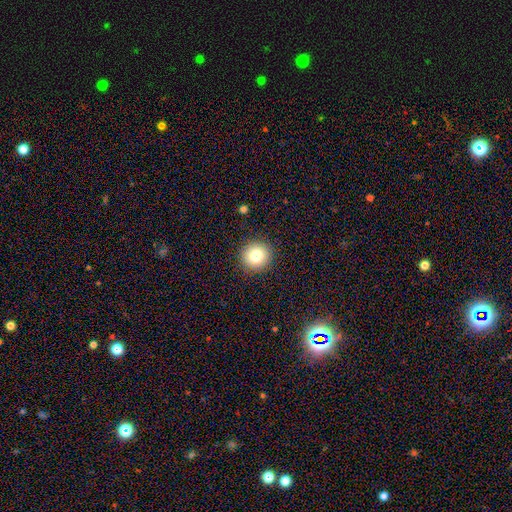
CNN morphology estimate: smooth 79%, star or artifact 11%, featured or disk 10%. Down the decision tree: how rounded — round (91%); merging — none (91%).